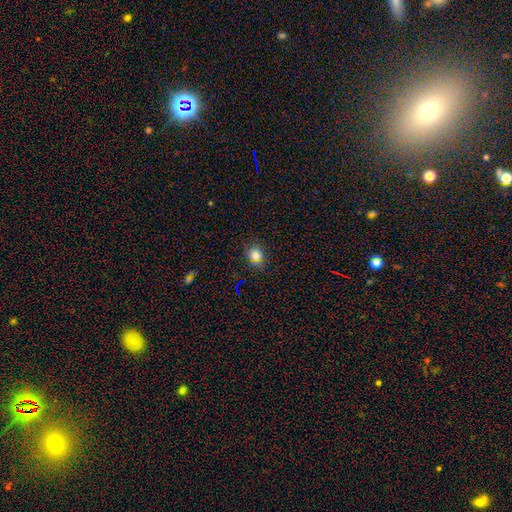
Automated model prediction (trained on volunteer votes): This appears to be a smooth galaxy with no disk features (76%) that is round (68%). Merging: none (85%).